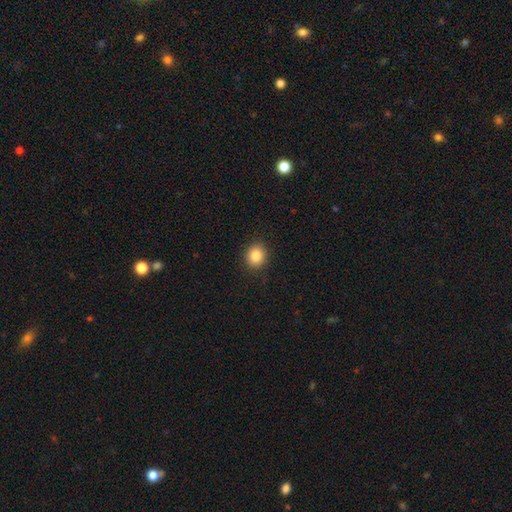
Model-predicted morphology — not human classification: Smooth or featured? Predicted: smooth (p=0.85). How rounded? Predicted: round (p=0.76). Merging? Predicted: none (p=0.91).